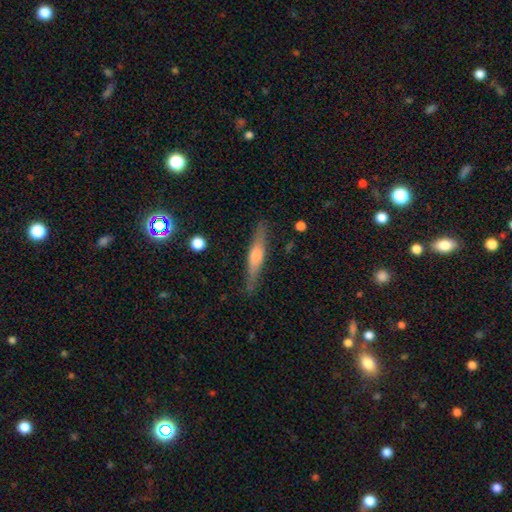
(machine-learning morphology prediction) Overall: featured or disk (58%; smooth 35%). Edge-on disk: yes (95%). Edge-on bulge: rounded (75%). Merging: none (86%).